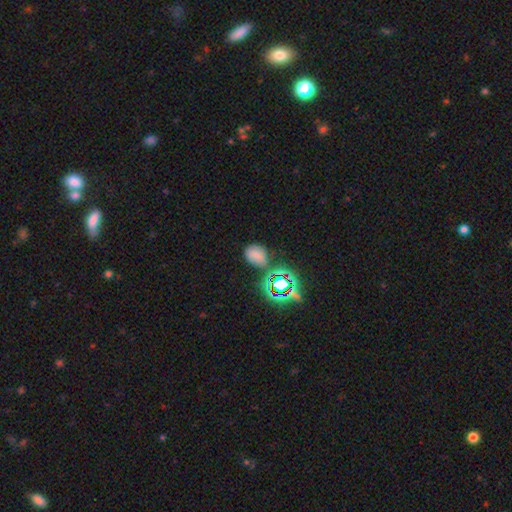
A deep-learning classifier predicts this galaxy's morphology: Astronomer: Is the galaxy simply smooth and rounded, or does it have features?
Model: smooth — 59%.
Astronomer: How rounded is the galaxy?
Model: in between — 64%.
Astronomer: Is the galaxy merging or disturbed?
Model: none — 58%.